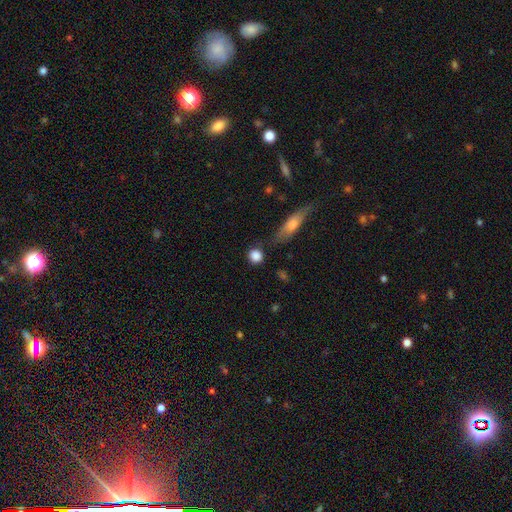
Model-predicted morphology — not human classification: Q: Smooth or featured?
A: smooth (86%); runner-up: star or artifact (9%)
Q: How rounded?
A: round (85%); runner-up: in between (12%)
Q: Merging?
A: none (77%); runner-up: minor disturbance (13%)